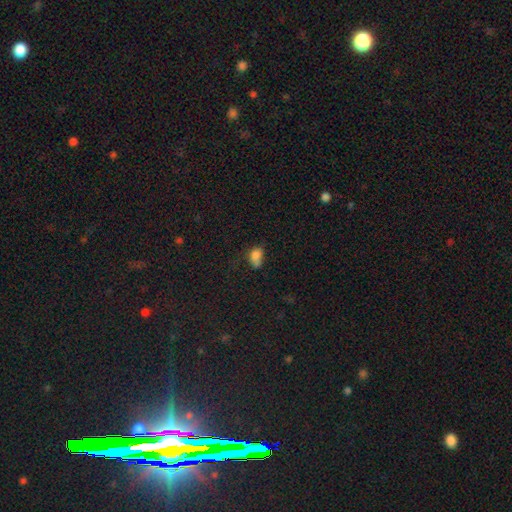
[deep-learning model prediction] Smooth or featured? Predicted: smooth (p=0.78). How rounded? Predicted: in between (p=0.75). Merging? Predicted: none (p=0.33).